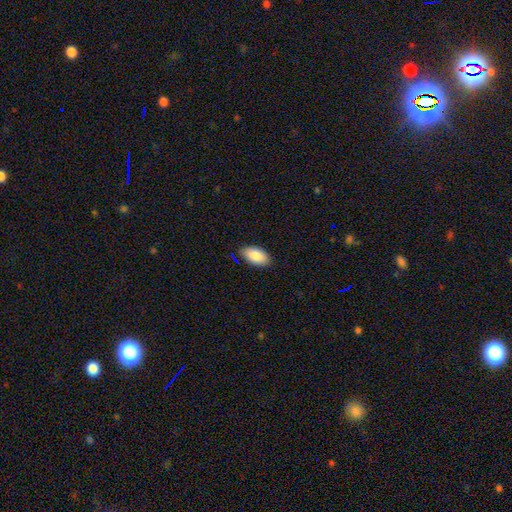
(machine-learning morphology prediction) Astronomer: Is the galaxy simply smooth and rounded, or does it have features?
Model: smooth — 88%.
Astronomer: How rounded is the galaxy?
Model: in between — 95%.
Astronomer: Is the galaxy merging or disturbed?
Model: none — 85%.